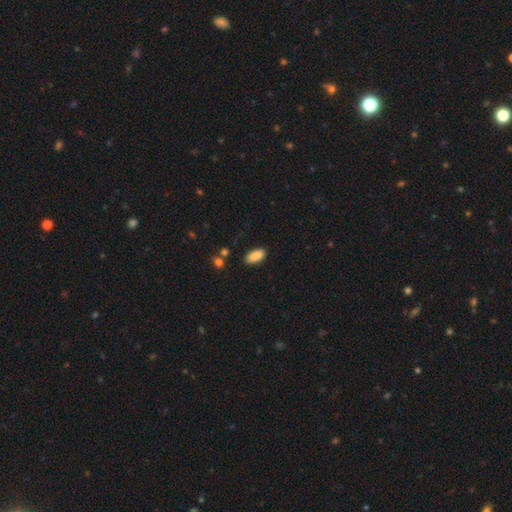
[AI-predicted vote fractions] The model was most divided on "merging": none: 84%, minor disturbance: 11%, major disturbance: 2%, merger: 2%. More confident: how rounded — in between (91%); smooth or featured — smooth (89%).